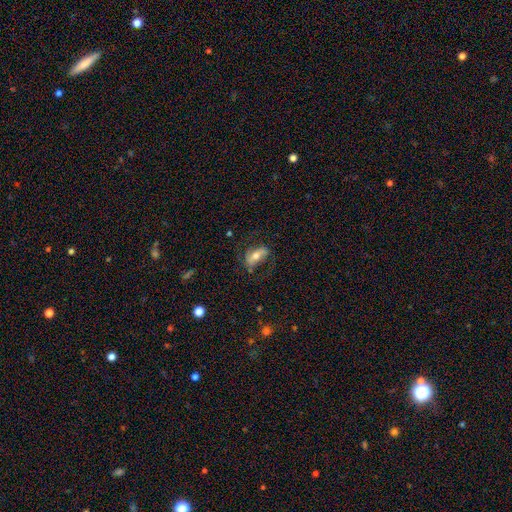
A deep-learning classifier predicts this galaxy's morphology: Smooth or featured: featured or disk — 50% (smooth — 42%)
Edge-on disk: no — 87% (yes — 13%)
Merging: none — 61% (minor disturbance — 20%)